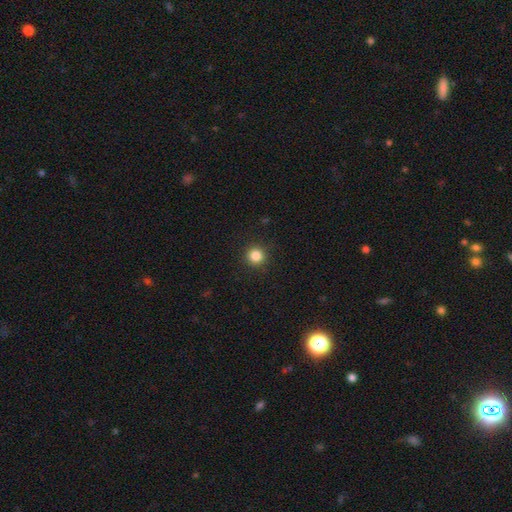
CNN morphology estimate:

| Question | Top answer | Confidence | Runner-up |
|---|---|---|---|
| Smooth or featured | smooth | 85% | star or artifact (11%) |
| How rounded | round | 95% | in between (4%) |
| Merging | none | 92% | minor disturbance (5%) |